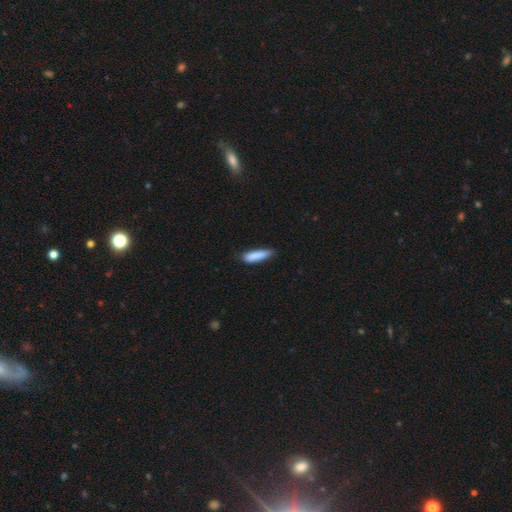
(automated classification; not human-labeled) Overall: smooth (86%). How rounded: cigar-shaped (72%). Merging: none (73%).